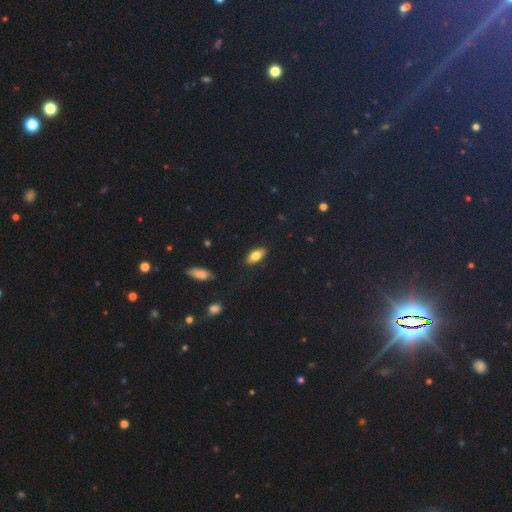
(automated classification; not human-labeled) smooth_or_featured: smooth (p=0.77) [alt: featured or disk p=0.15]
how_rounded: in between (p=0.87) [alt: cigar-shaped p=0.09]
merging: none (p=0.87) [alt: minor disturbance p=0.09]